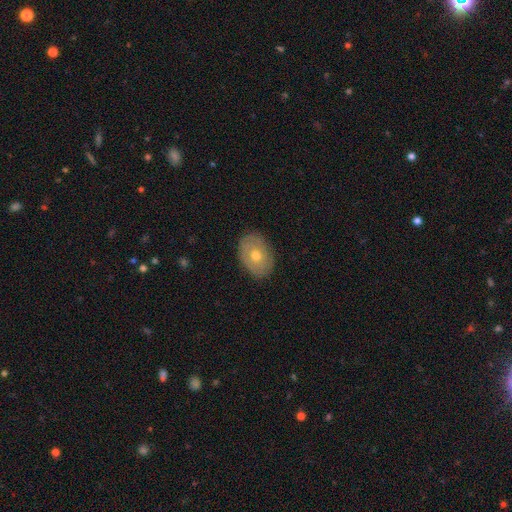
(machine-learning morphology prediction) Q: Smooth or featured?
A: smooth (52%); runner-up: featured or disk (41%)
Q: How rounded?
A: in between (76%); runner-up: round (23%)
Q: Merging?
A: none (85%); runner-up: minor disturbance (11%)